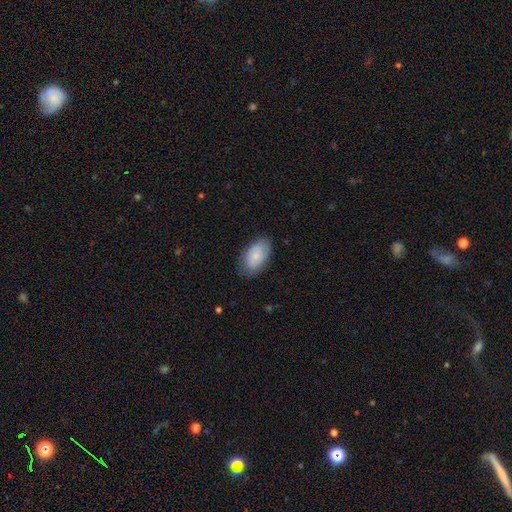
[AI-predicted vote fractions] Morphology: type=smooth (79%); roundness=in between (94%); merging=none (78%).